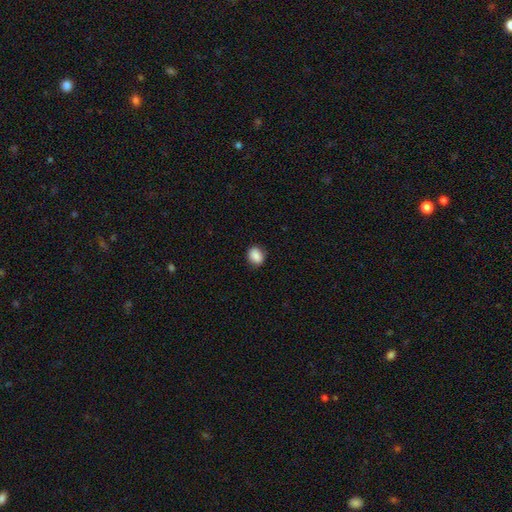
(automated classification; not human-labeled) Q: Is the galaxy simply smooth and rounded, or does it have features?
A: smooth — 87%.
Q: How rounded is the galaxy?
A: round — 55%.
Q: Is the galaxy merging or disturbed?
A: none — 86%.